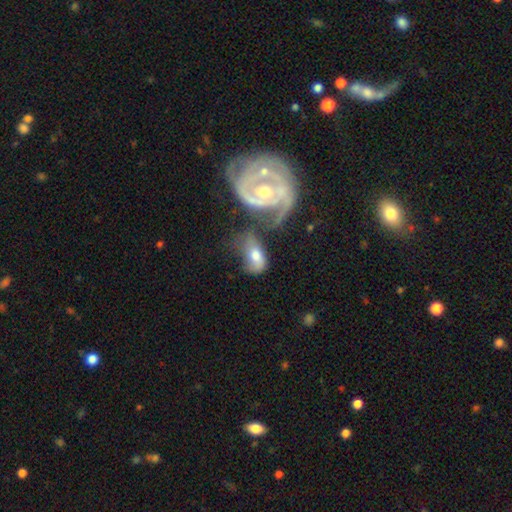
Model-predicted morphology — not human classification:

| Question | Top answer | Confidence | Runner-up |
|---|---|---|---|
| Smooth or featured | featured or disk | 47% | smooth (46%) |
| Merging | merger | 37% | major disturbance (23%) |